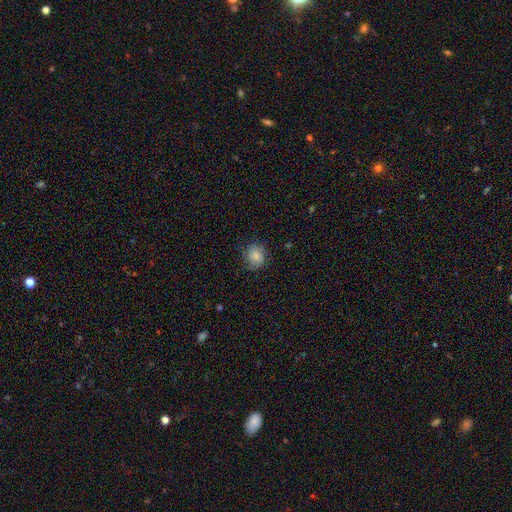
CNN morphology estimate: Smooth or featured? smooth (81%)
How rounded? round (72%)
Merging? none (74%)